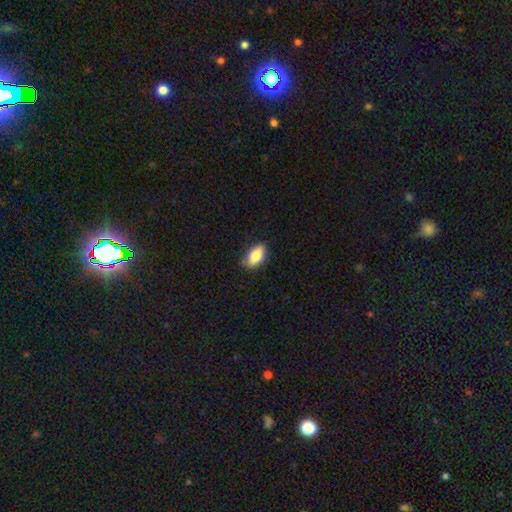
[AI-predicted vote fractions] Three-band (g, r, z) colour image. It shows a smooth galaxy with no disk features (80%) that is in between round and cigar-shaped (89%). Merging: none (77%).